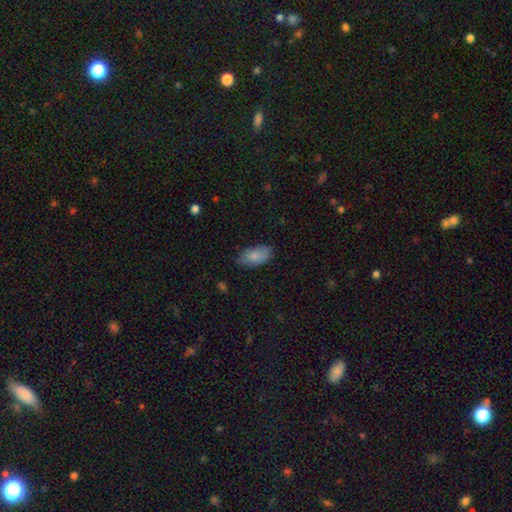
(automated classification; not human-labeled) smooth_or_featured: smooth (p=0.83) [alt: featured or disk p=0.10]
how_rounded: in between (p=0.94) [alt: cigar-shaped p=0.03]
merging: none (p=0.76) [alt: minor disturbance p=0.19]